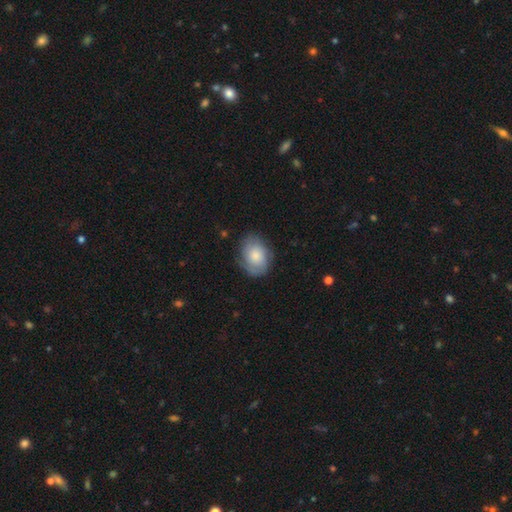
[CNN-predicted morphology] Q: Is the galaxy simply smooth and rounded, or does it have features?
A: smooth — 63%.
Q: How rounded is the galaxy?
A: in between — 72%.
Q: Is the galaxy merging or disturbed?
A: none — 73%.